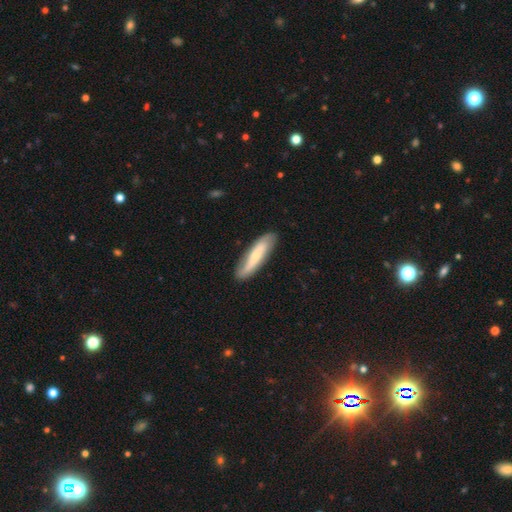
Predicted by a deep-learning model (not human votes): Overall: featured or disk (49%; smooth 46%). Merging: none (82%).